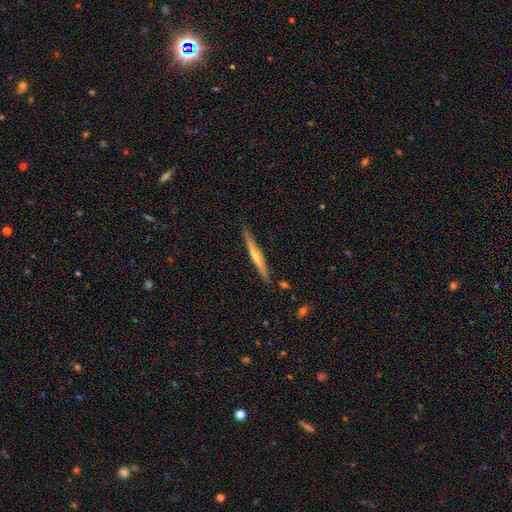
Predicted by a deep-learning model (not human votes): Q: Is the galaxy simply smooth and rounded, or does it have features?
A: featured or disk — 63%.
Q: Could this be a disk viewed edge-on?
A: yes — 97%.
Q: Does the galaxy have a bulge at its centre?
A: rounded — 60%.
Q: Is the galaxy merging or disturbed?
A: none — 89%.